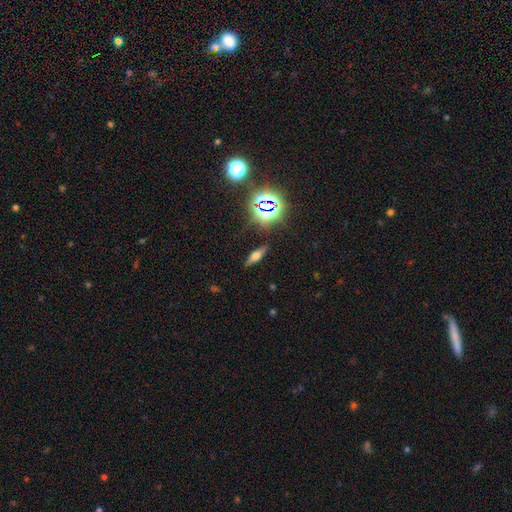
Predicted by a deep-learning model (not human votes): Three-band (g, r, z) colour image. It shows a smooth galaxy with no disk features (40%). Merging: none (85%).